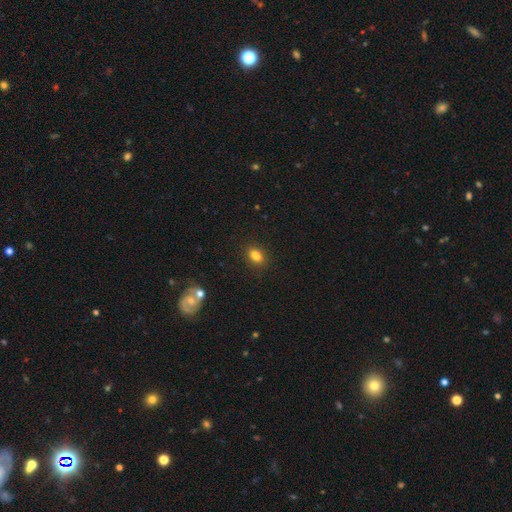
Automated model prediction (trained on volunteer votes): This appears to be a smooth galaxy with no disk features (83%) that is in between round and cigar-shaped (75%). Merging: none (87%).